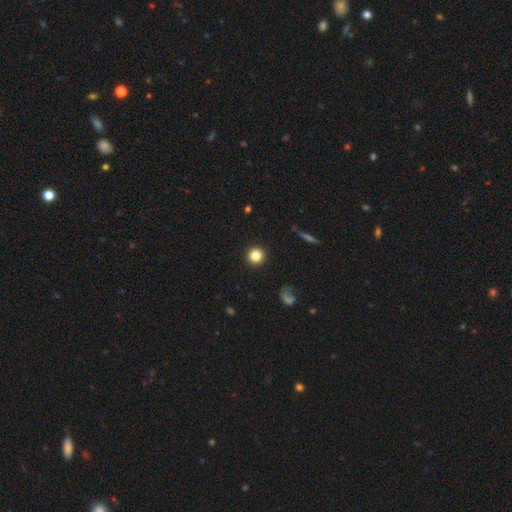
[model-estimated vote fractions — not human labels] smooth 83%, star or artifact 11%, featured or disk 6%. Down the decision tree: how rounded — round (95%); merging — none (92%).